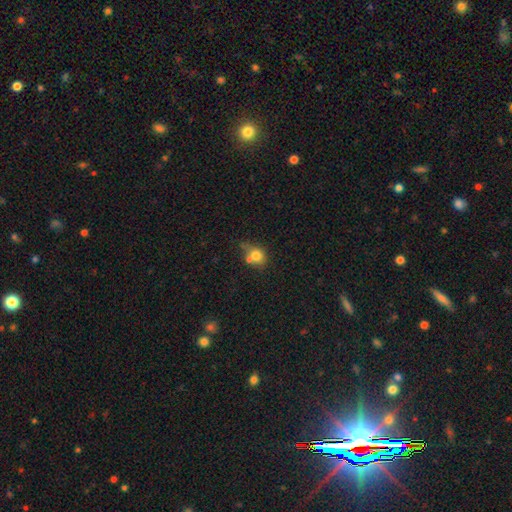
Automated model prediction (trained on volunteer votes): smooth 76%, featured or disk 14%, star or artifact 11%. Down the decision tree: how rounded — round (67%); merging — none (38%).